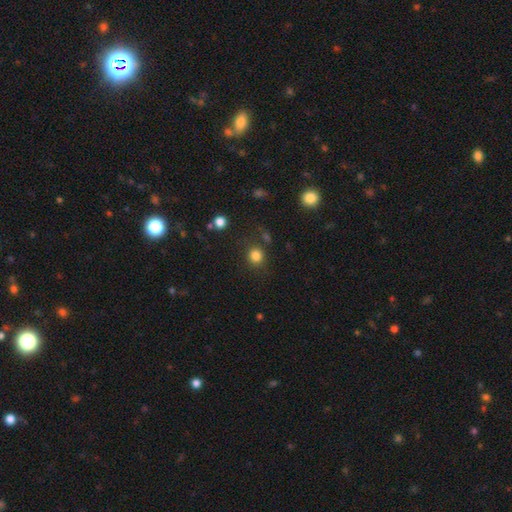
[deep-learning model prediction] A smooth galaxy with no disk features (82%) that is round (88%).

Vote fractions:
- Smooth or featured? smooth: 82% / star or artifact: 13% / featured or disk: 5%
- How rounded? round: 88% / in between: 11% / cigar-shaped: 1%
- Merging? none: 82% / minor disturbance: 9% / merger: 4% / major disturbance: 4%